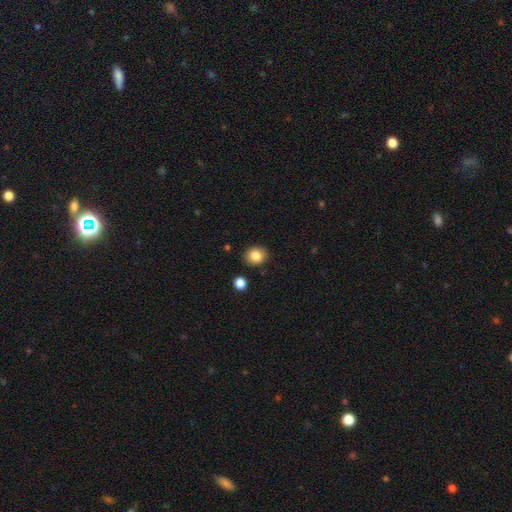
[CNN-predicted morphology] Smooth or featured?
  - smooth: 84% *
  - star or artifact: 10%
  - featured or disk: 6%
How rounded?
  - round: 66% *
  - in between: 33%
  - cigar-shaped: 1%
Merging?
  - none: 86% *
  - minor disturbance: 9%
  - merger: 3%
  - major disturbance: 2%